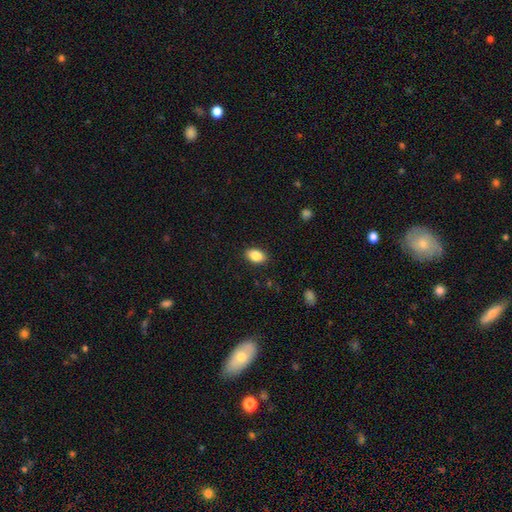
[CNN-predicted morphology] A smooth galaxy with no disk features (86%) that is in between round and cigar-shaped (86%).

Vote fractions:
- Smooth or featured? smooth: 86% / star or artifact: 8% / featured or disk: 6%
- How rounded? in between: 86% / round: 13% / cigar-shaped: 1%
- Merging? none: 89% / minor disturbance: 8% / major disturbance: 2% / merger: 1%